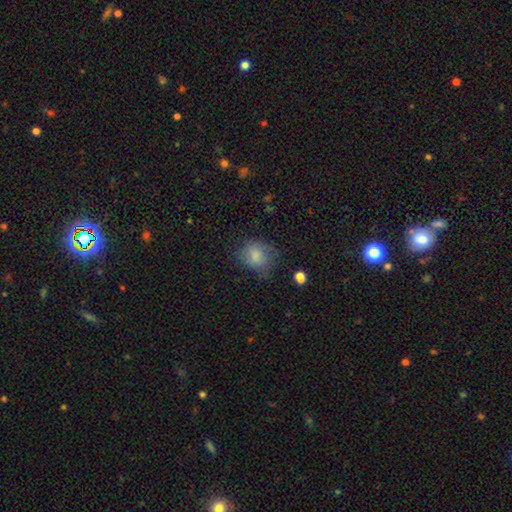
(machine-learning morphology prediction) This appears to be a smooth galaxy with no disk features (79%) that is round (61%). Merging: none (56%).